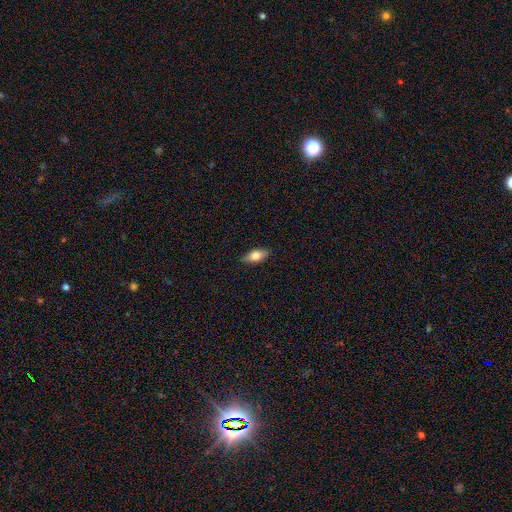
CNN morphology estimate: type=smooth (75%); roundness=in between (84%); merging=none (88%).